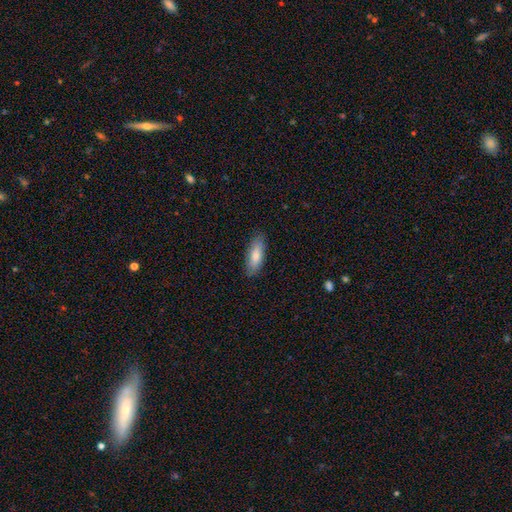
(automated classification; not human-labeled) Q: Smooth or featured?
A: smooth (79%); runner-up: featured or disk (16%)
Q: How rounded?
A: in between (67%); runner-up: cigar-shaped (31%)
Q: Merging?
A: none (86%); runner-up: minor disturbance (11%)